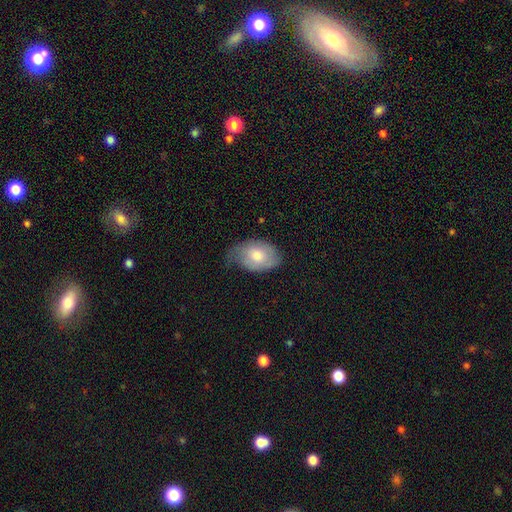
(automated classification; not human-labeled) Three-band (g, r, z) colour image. It shows a smooth galaxy with no disk features (61%) that is in between round and cigar-shaped (86%). Merging: none (41%, tied with minor disturbance).